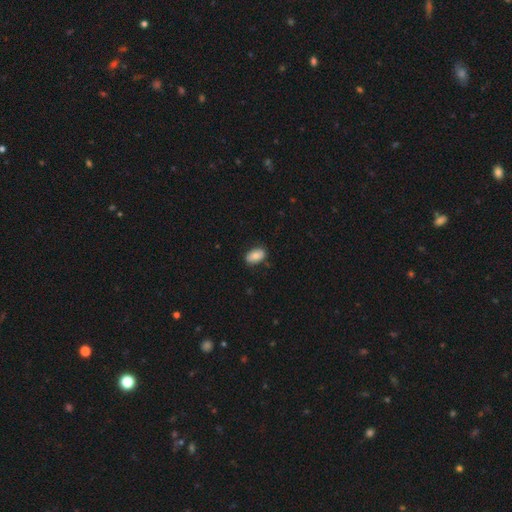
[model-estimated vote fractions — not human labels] smooth-or-featured: smooth: 80% | featured or disk: 13% | star or artifact: 7%
  how-rounded: in between: 92% | round: 7% | cigar-shaped: 2%
  merging: none: 82% | minor disturbance: 14% | major disturbance: 2% | merger: 1%